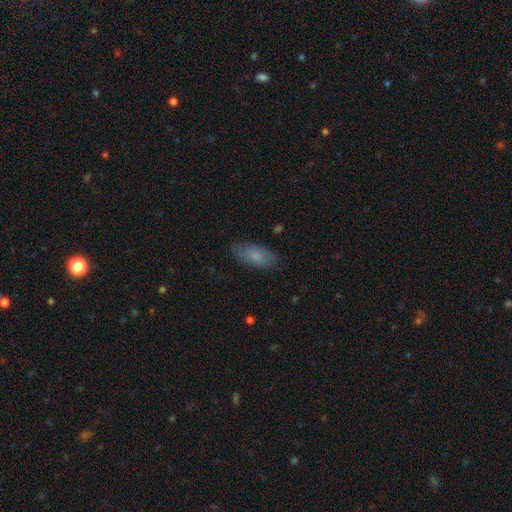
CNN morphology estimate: smooth 76%, featured or disk 17%, star or artifact 7%. Down the decision tree: how rounded — in between (84%); merging — none (79%).